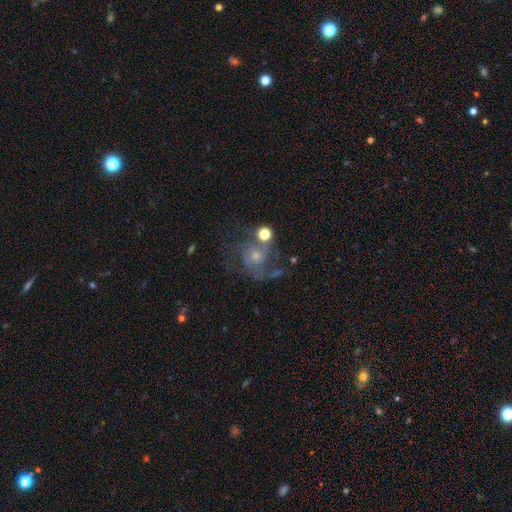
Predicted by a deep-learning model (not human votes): Q: Smooth or featured?
A: featured or disk (74%); runner-up: smooth (13%)
Q: Edge-on disk?
A: no (98%); runner-up: yes (2%)
Q: Bar?
A: no (72%); runner-up: weak (24%)
Q: Spiral arms?
A: yes (91%); runner-up: no (9%)
Q: Spiral winding?
A: medium (50%); runner-up: tight (26%)
Q: Spiral arm count?
A: 2 (54%); runner-up: can't tell (18%)
Q: Bulge size?
A: small (49%); runner-up: moderate (41%)
Q: Merging?
A: none (53%); runner-up: major disturbance (19%)